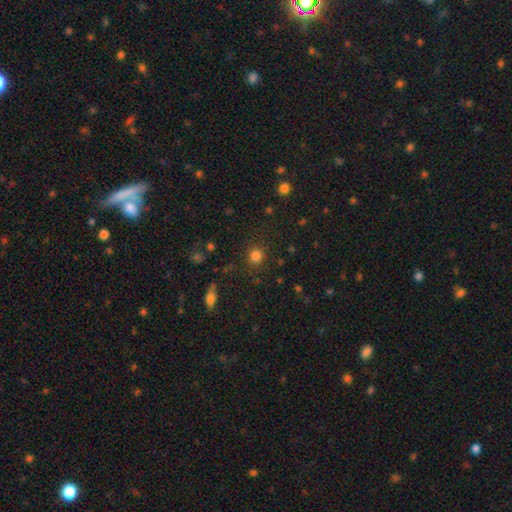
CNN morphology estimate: Overall: smooth (82%). How rounded: round (86%). Merging: none (86%).